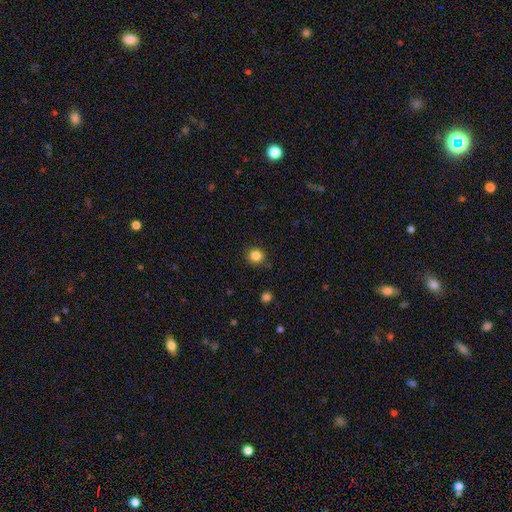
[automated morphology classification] smooth 83%, star or artifact 12%, featured or disk 5%. Down the decision tree: how rounded — round (91%); merging — none (88%).